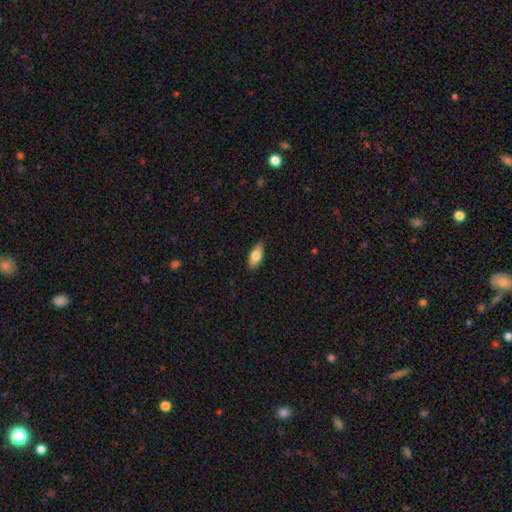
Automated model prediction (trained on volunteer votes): Smooth or featured? smooth (78%)
How rounded? in between (83%)
Merging? none (88%)